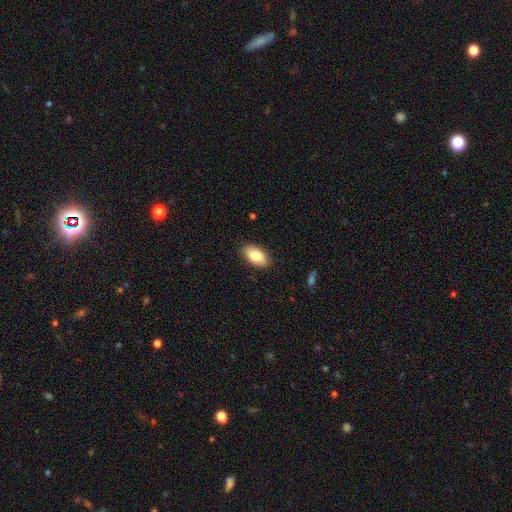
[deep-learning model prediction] This is clearly a smooth galaxy (83%). How rounded: clearly in between (94%). Merging: clearly none (88%).